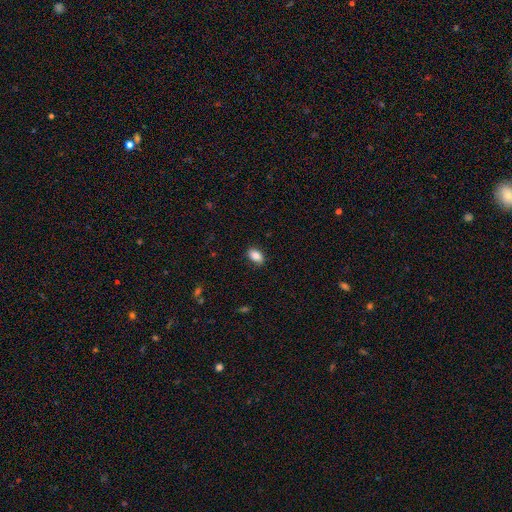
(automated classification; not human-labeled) This appears to be a smooth galaxy with no disk features (85%) that is in between round and cigar-shaped (89%). Merging: none (86%).